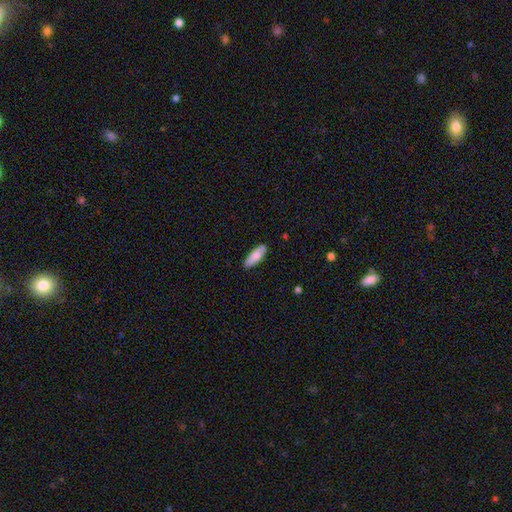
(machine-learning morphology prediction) Q: Smooth or featured?
A: smooth (80%); runner-up: featured or disk (14%)
Q: How rounded?
A: in between (57%); runner-up: cigar-shaped (41%)
Q: Merging?
A: none (88%); runner-up: minor disturbance (9%)